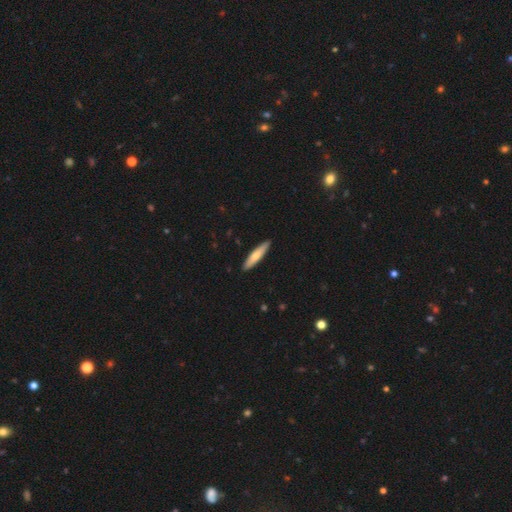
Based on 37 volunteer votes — Smooth or featured: smooth — 59% (featured or disk — 38%)
How rounded: cigar-shaped — 82% (round — 9%)
Merging: none — 92% (minor disturbance — 8%)